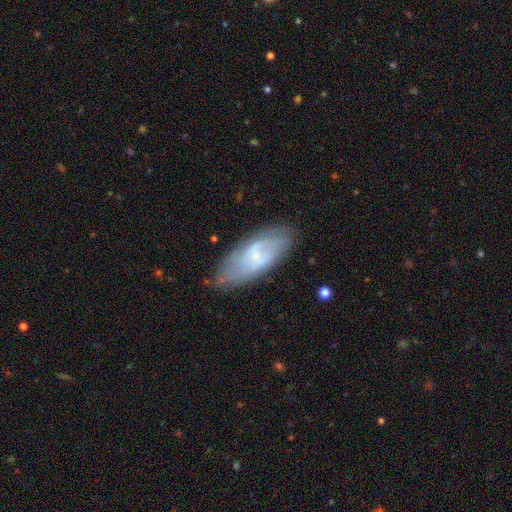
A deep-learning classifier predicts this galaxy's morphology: type=featured or disk (56%); edge-on=no (88%); merging=none (74%).